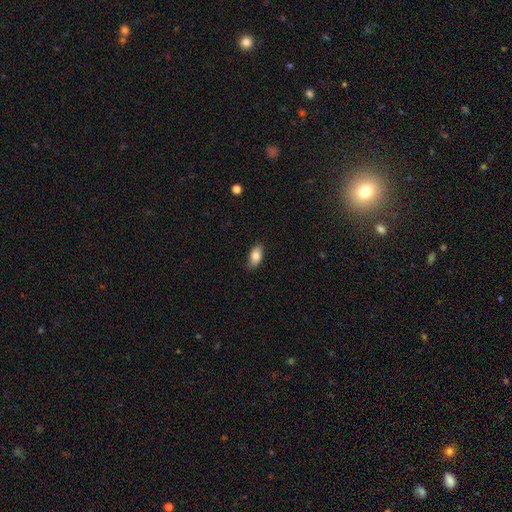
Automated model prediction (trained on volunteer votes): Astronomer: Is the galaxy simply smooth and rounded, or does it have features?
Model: smooth — 85%.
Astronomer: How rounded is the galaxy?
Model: in between — 92%.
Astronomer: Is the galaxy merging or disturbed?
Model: none — 83%.